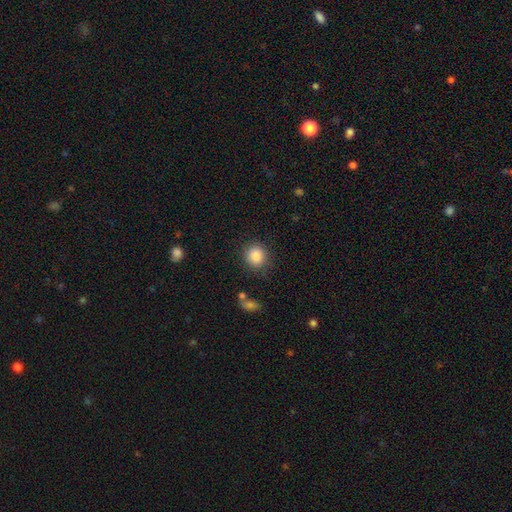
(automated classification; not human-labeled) smooth-or-featured: smooth: 87% | star or artifact: 9% | featured or disk: 4%
  how-rounded: round: 83% | in between: 16% | cigar-shaped: 1%
  merging: none: 85% | minor disturbance: 9% | major disturbance: 3% | merger: 2%